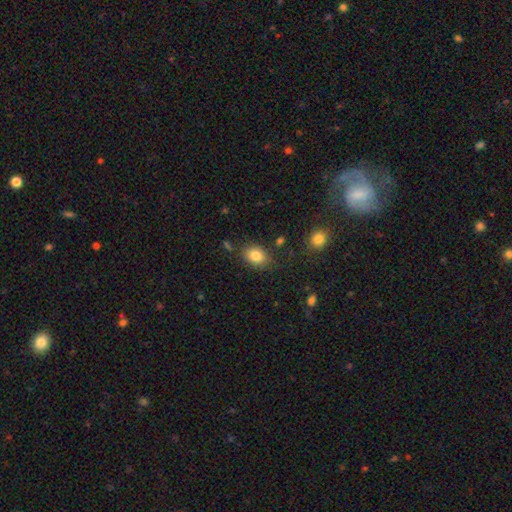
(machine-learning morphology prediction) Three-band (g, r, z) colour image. It shows a smooth galaxy with no disk features (83%) that is in between round and cigar-shaped (68%). Merging: none (80%).